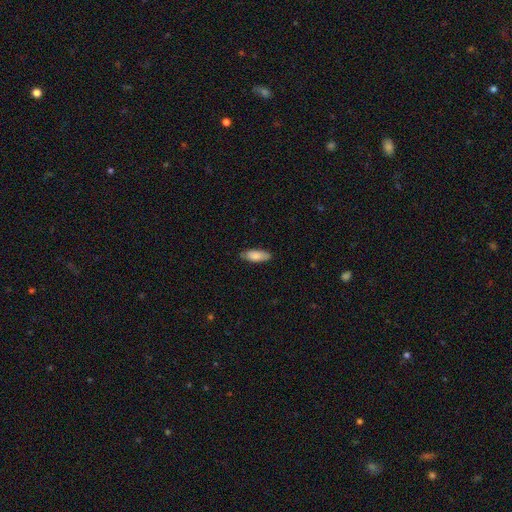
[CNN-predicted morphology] smooth_or_featured: smooth (p=0.84) [alt: featured or disk p=0.11]
how_rounded: in between (p=0.71) [alt: cigar-shaped p=0.27]
merging: none (p=0.82) [alt: minor disturbance p=0.14]